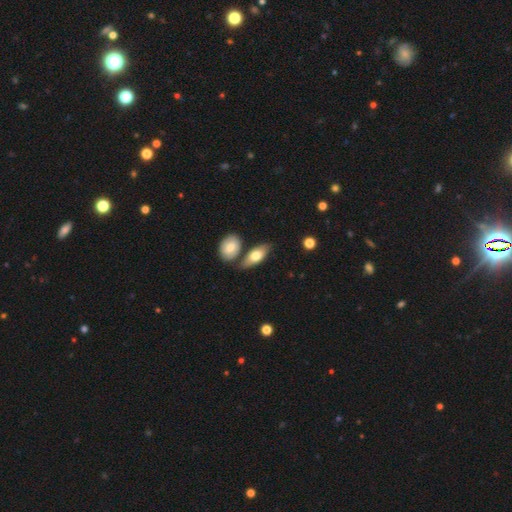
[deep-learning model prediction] A smooth galaxy with no disk features (71%) that is in between round and cigar-shaped (82%). Merging: none (62%).